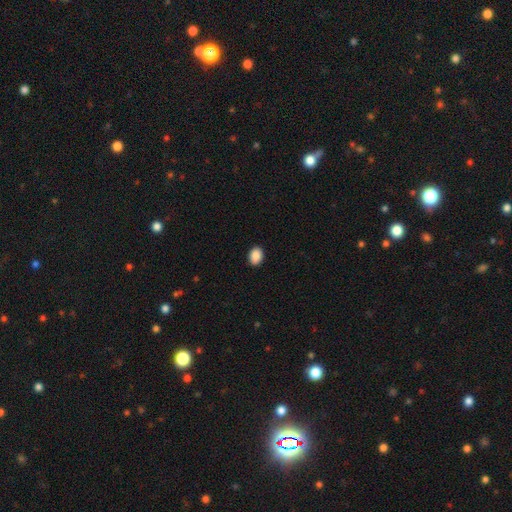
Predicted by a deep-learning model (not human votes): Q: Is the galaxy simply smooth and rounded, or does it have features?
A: smooth — 90%.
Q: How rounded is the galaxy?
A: in between — 77%.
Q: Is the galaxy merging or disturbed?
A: none — 90%.